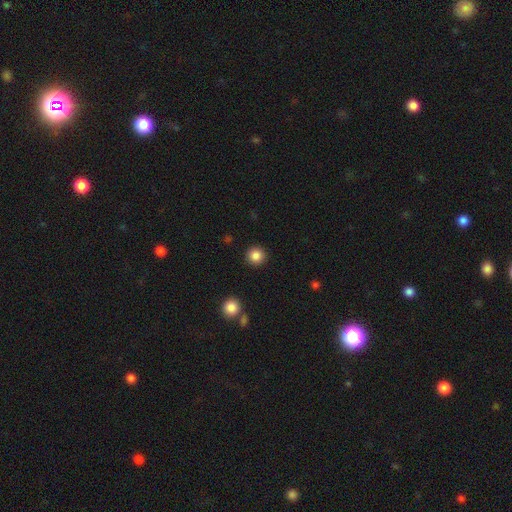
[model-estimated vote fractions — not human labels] smooth 86%, star or artifact 10%, featured or disk 4%. Down the decision tree: how rounded — round (95%); merging — none (92%).